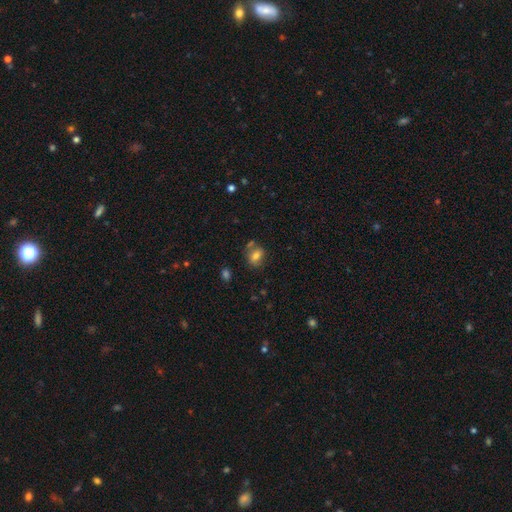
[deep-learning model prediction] smooth 72%, featured or disk 16%, star or artifact 11%. Down the decision tree: how rounded — in between (60%); merging — none (62%).